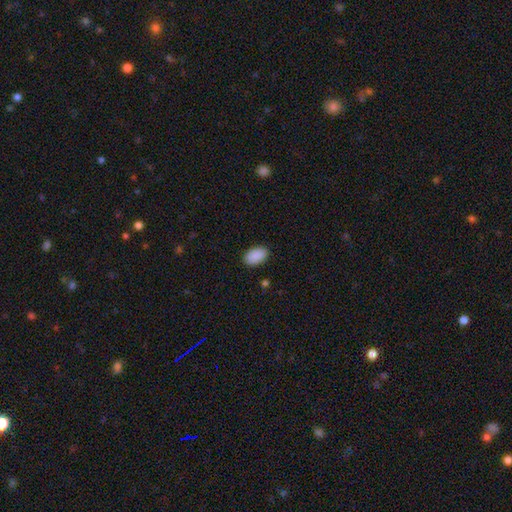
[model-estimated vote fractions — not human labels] smooth-or-featured: smooth: 91% | star or artifact: 7% | featured or disk: 2%
  how-rounded: in between: 93% | round: 6% | cigar-shaped: 1%
  merging: none: 89% | minor disturbance: 8% | major disturbance: 2% | merger: 1%